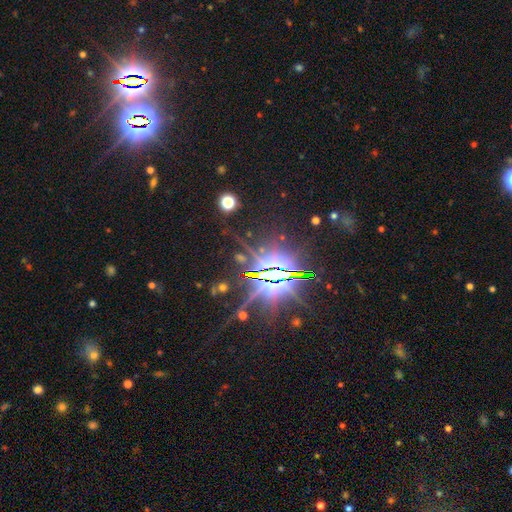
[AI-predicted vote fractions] Q: Smooth or featured?
A: star or artifact (87%); runner-up: featured or disk (7%)